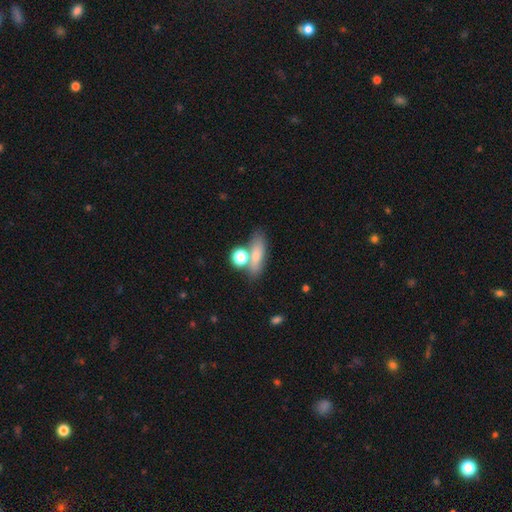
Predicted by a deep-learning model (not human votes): Smooth or featured?
  - smooth: 73% *
  - featured or disk: 17%
  - star or artifact: 10%
How rounded?
  - in between: 50% *
  - cigar-shaped: 34%
  - round: 15%
Merging?
  - none: 57% *
  - merger: 23%
  - minor disturbance: 14%
  - major disturbance: 6%